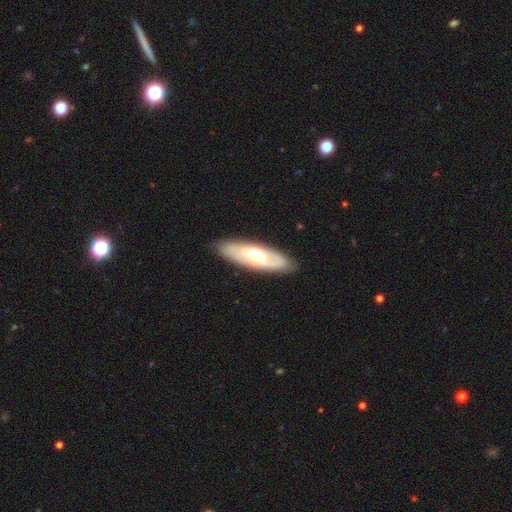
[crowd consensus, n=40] smooth_or_featured: featured or disk (p=0.53) [alt: smooth p=0.45]
disk_edge_on: no (p=0.62) [alt: yes p=0.38]
bar: weak (p=0.38) [tied with: no p=0.38]
has_spiral_arms: yes (p=0.69) [alt: no p=0.31]
spiral_winding: tight (p=0.56) [alt: medium p=0.22]
spiral_arm_count: 2 (p=0.56) [alt: can't tell p=0.44]
bulge_size: moderate (p=0.69) [alt: large p=0.23]
merging: none (p=0.92) [alt: minor disturbance p=0.08]